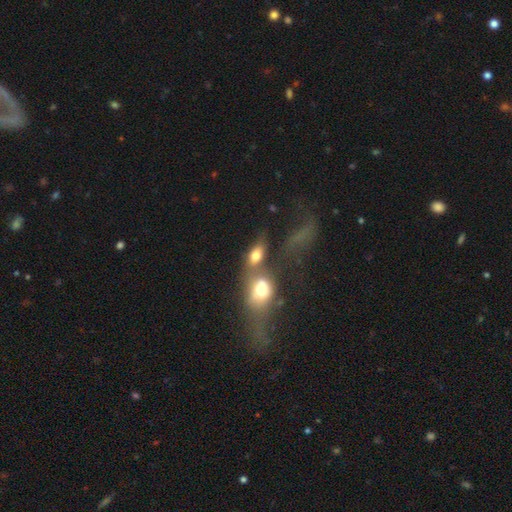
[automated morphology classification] smooth 68%, featured or disk 21%, star or artifact 11%. Down the decision tree: how rounded — in between (82%); merging — merger (61%).